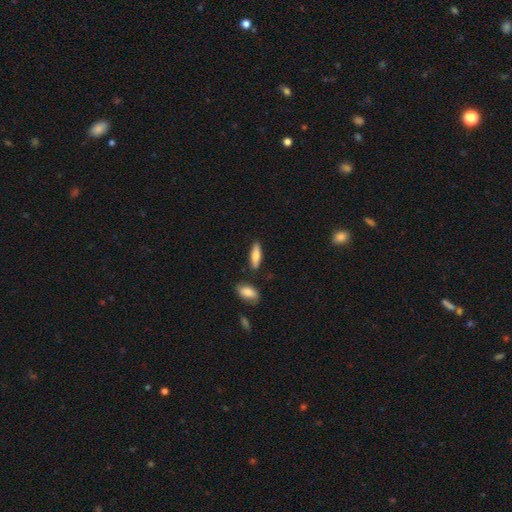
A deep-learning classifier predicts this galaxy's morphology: Smooth or featured?
  - smooth: 75% *
  - featured or disk: 19%
  - star or artifact: 6%
How rounded?
  - cigar-shaped: 51% *
  - in between: 47%
  - round: 2%
Merging?
  - none: 83% *
  - minor disturbance: 10%
  - merger: 4%
  - major disturbance: 2%